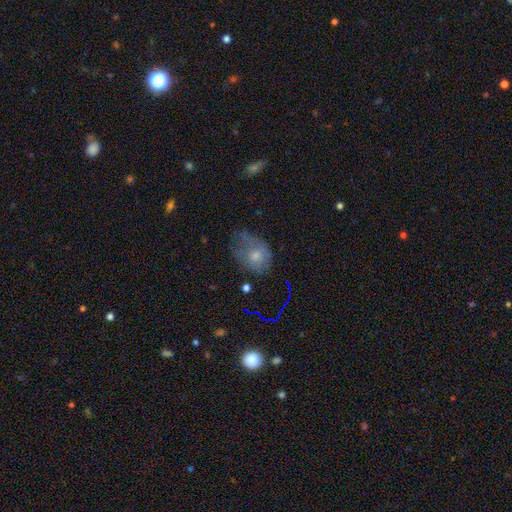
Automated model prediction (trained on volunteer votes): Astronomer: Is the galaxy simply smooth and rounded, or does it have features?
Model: smooth — 49% (runner-up: featured or disk, 35%).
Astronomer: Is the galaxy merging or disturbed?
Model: none — 40% (runner-up: minor disturbance, 32%).